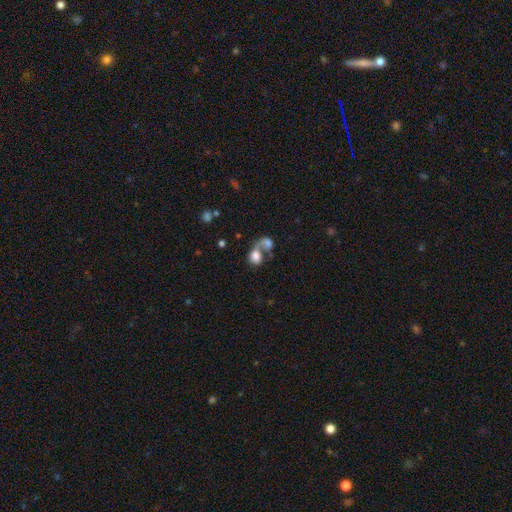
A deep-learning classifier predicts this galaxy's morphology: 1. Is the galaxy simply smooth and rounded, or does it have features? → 71% smooth, 19% featured or disk, 9% star or artifact.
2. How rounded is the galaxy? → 52% in between, 46% round, 1% cigar-shaped.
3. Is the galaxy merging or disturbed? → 68% merger, 15% none, 10% major disturbance, 6% minor disturbance.